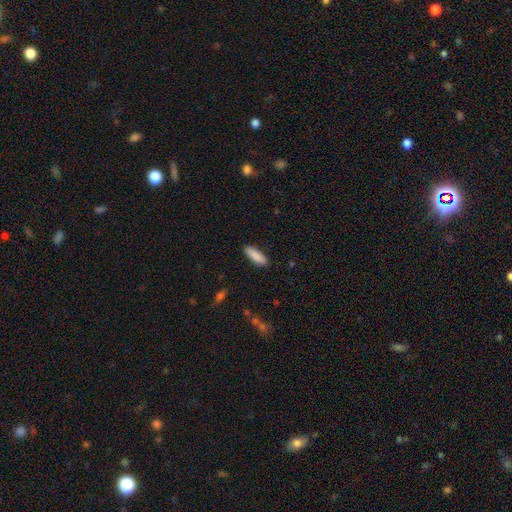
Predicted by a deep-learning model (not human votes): This appears to be a smooth galaxy with no disk features (88%) that is cigar-shaped (54%). Merging: none (89%).